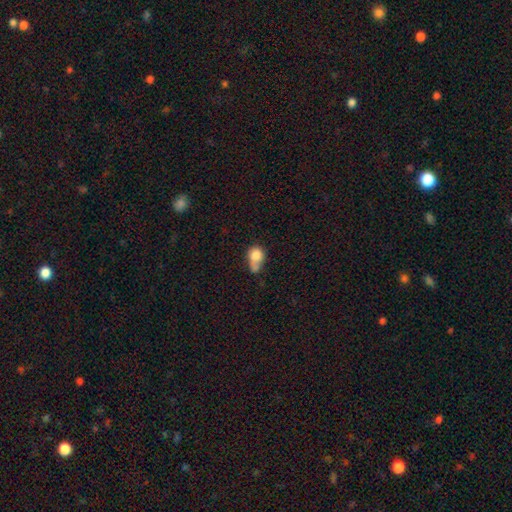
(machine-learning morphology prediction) Smooth or featured: smooth — 77% (featured or disk — 13%)
How rounded: in between — 51% (round — 47%)
Merging: merger — 41% (none — 24%)